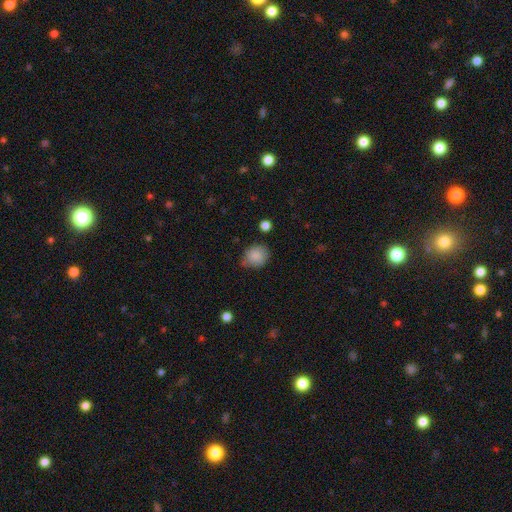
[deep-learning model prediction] Smooth or featured? smooth (86%)
How rounded? round (75%)
Merging? none (66%)